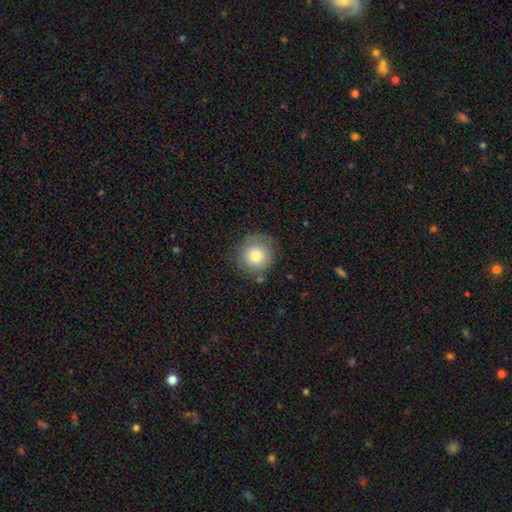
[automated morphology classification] The model was most divided on "smooth or featured": smooth: 77%, featured or disk: 14%, star or artifact: 9%. More confident: how rounded — round (93%); merging — none (78%).